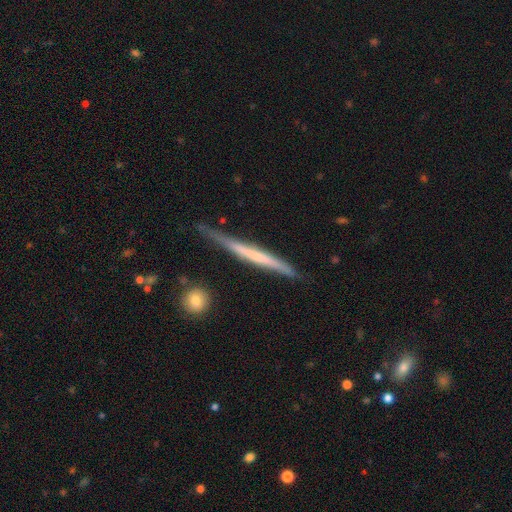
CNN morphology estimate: A featured or disk galaxy (59%) viewed edge-on (95%) with no central bulge (80%).

Vote fractions:
- Smooth or featured? featured or disk: 59% / smooth: 36% / star or artifact: 5%
- Edge-on disk? yes: 95% / no: 5%
- Edge-on bulge? none: 80% / rounded: 12% / boxy: 8%
- Merging? none: 74% / minor disturbance: 20% / major disturbance: 4% / merger: 2%